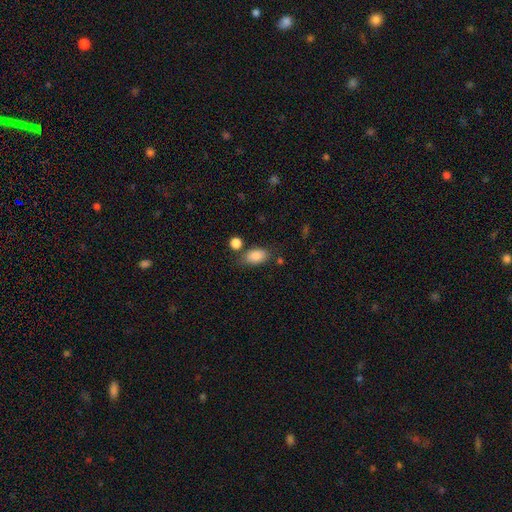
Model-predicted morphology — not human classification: This appears to be a smooth galaxy with no disk features (87%) that is in between round and cigar-shaped (89%). Merging: none (70%).